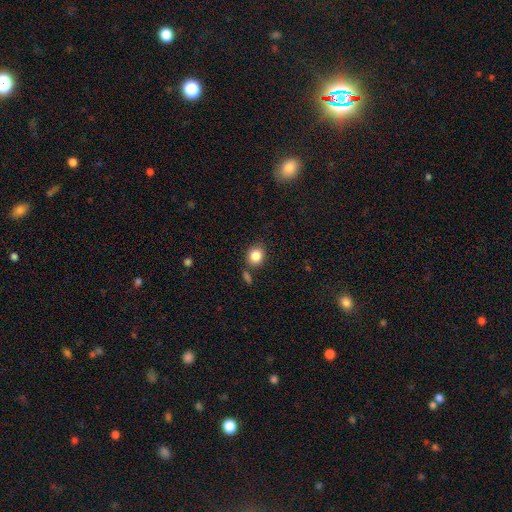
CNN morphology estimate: Smooth or featured: smooth — 84% (star or artifact — 10%)
How rounded: round — 71% (in between — 28%)
Merging: none — 75% (minor disturbance — 12%)